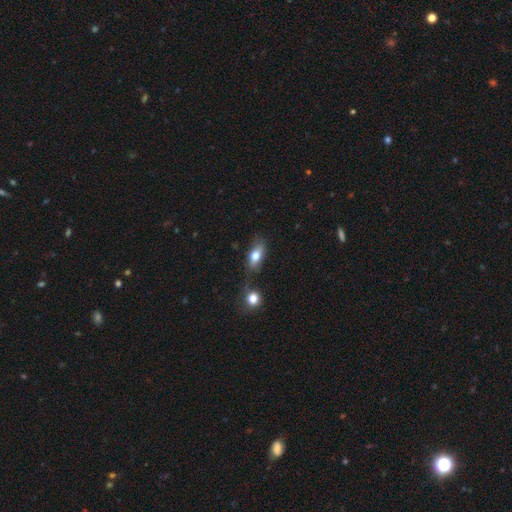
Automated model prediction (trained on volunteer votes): A smooth galaxy with no disk features (74%) that is in between round and cigar-shaped (81%). Merging: none (65%).